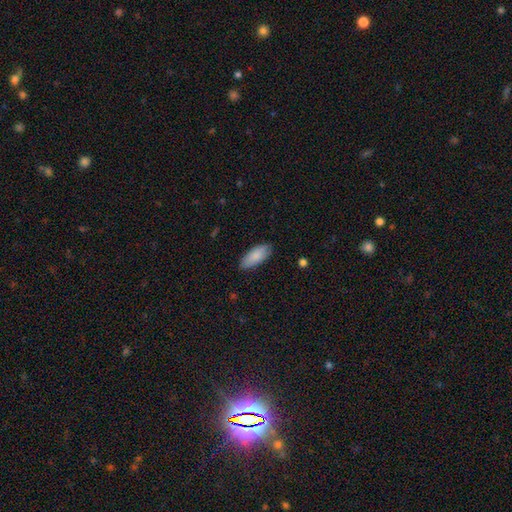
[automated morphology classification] The model was most divided on "how rounded": in between: 82%, cigar-shaped: 16%, round: 2%. More confident: smooth or featured — smooth (88%); merging — none (85%).